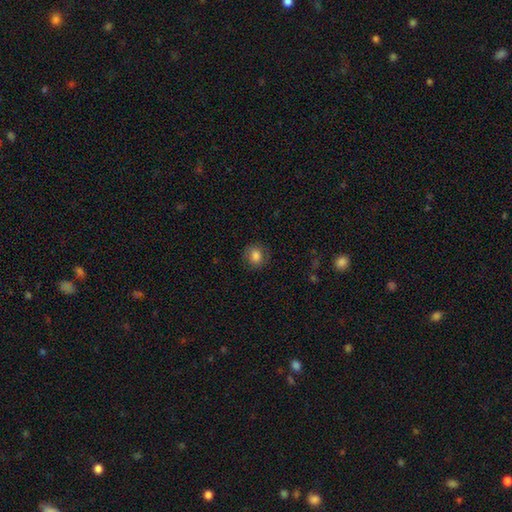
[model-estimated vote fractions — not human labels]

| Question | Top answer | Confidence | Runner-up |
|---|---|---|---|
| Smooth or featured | smooth | 81% | star or artifact (10%) |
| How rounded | round | 75% | in between (24%) |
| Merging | none | 85% | minor disturbance (11%) |